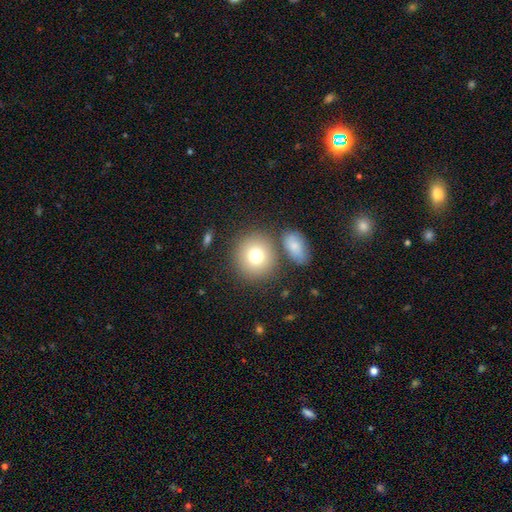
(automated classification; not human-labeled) Smooth or featured: smooth — 77% (featured or disk — 13%)
How rounded: round — 87% (in between — 12%)
Merging: none — 74% (merger — 14%)